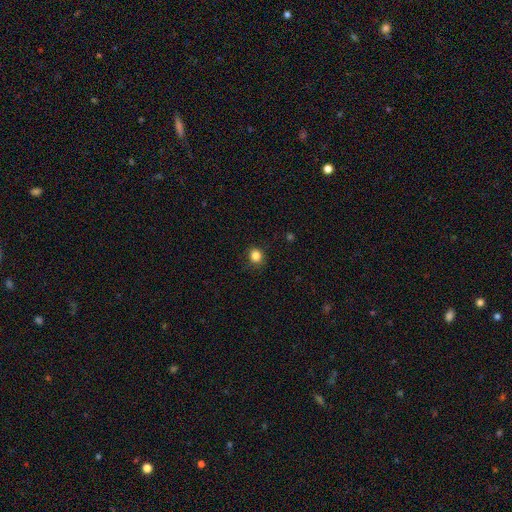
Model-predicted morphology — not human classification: This appears to be a smooth galaxy with no disk features (85%) that is round (78%). Merging: none (88%).